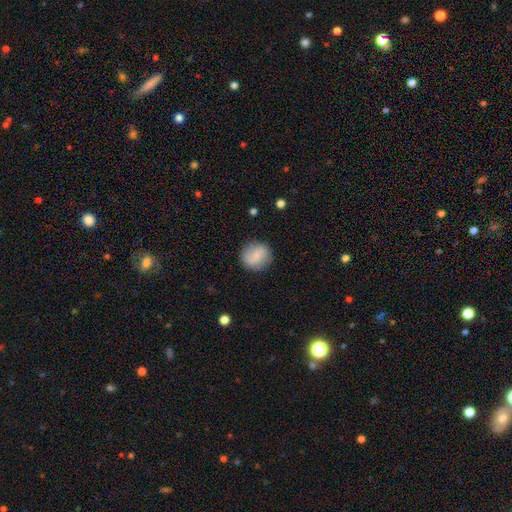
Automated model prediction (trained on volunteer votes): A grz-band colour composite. It shows a smooth galaxy with no disk features (72%) that is round (89%). Merging: none (84%).